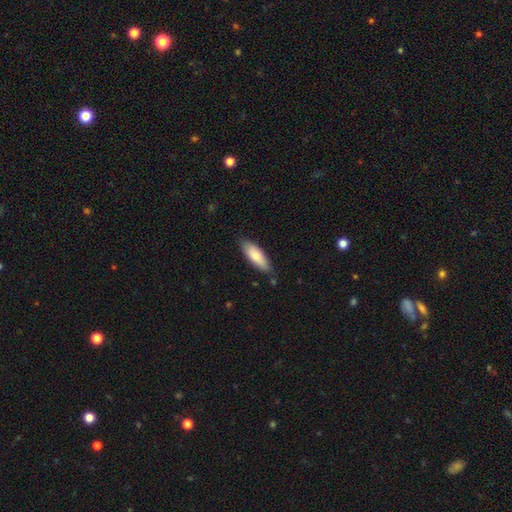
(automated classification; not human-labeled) Smooth or featured?
  - smooth: 76% *
  - featured or disk: 18%
  - star or artifact: 6%
How rounded?
  - in between: 64% *
  - cigar-shaped: 35%
  - round: 2%
Merging?
  - none: 80% *
  - minor disturbance: 16%
  - major disturbance: 2%
  - merger: 2%